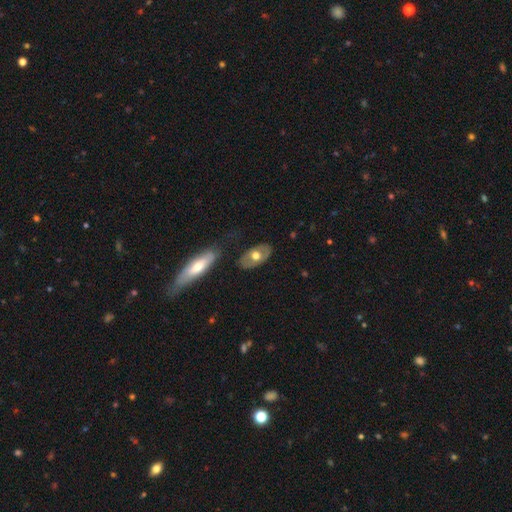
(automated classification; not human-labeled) Q: Smooth or featured?
A: featured or disk (49%); runner-up: smooth (45%)
Q: Merging?
A: none (76%); runner-up: minor disturbance (15%)